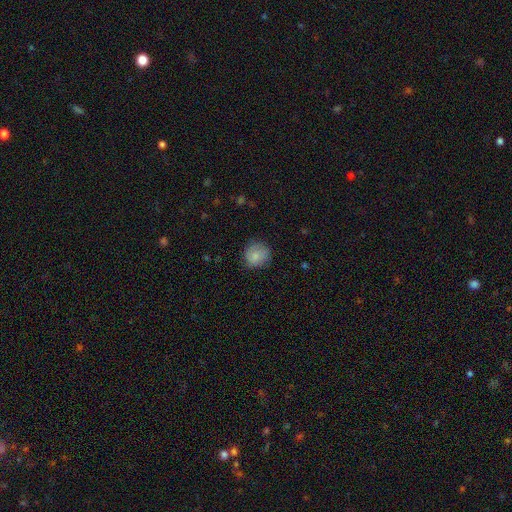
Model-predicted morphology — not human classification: A smooth galaxy with no disk features (82%) that is round (88%).

Vote fractions:
- Smooth or featured? smooth: 82% / featured or disk: 10% / star or artifact: 8%
- How rounded? round: 88% / in between: 11% / cigar-shaped: 1%
- Merging? none: 78% / minor disturbance: 17% / major disturbance: 4% / merger: 1%